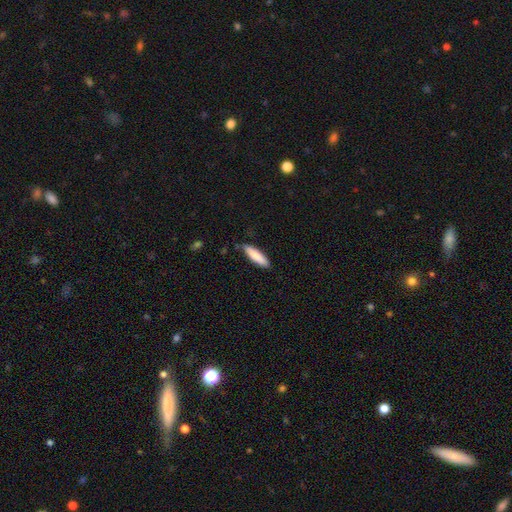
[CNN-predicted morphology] Q: Smooth or featured?
A: smooth (82%); runner-up: featured or disk (12%)
Q: How rounded?
A: cigar-shaped (69%); runner-up: in between (30%)
Q: Merging?
A: none (79%); runner-up: minor disturbance (17%)